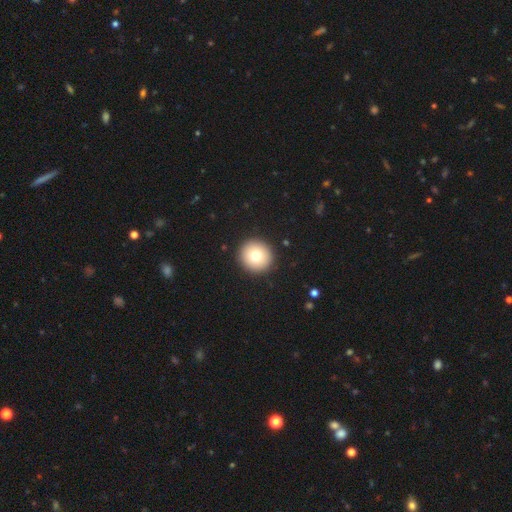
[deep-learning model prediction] Morphology: type=smooth (75%); roundness=round (95%); merging=none (93%).